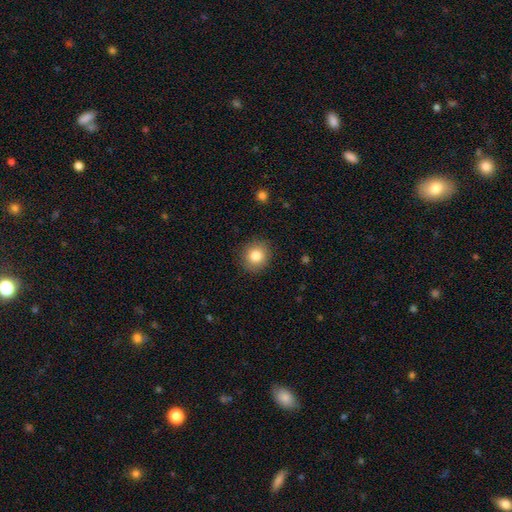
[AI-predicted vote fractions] Q: Smooth or featured?
A: smooth (83%); runner-up: star or artifact (10%)
Q: How rounded?
A: round (84%); runner-up: in between (15%)
Q: Merging?
A: none (89%); runner-up: minor disturbance (8%)